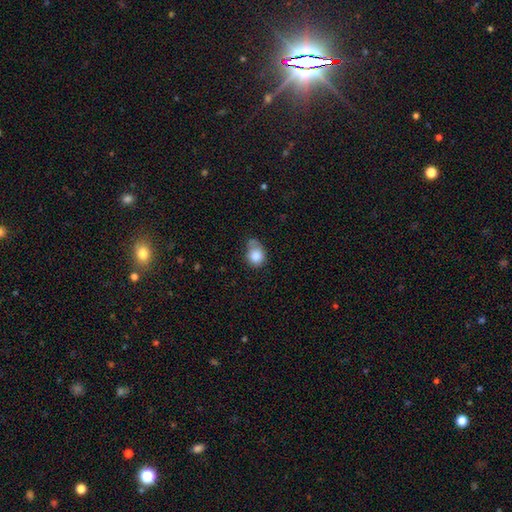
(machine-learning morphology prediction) Overall: smooth (84%). How rounded: round (59%; in between 40%). Merging: minor disturbance (38%; none 37%).